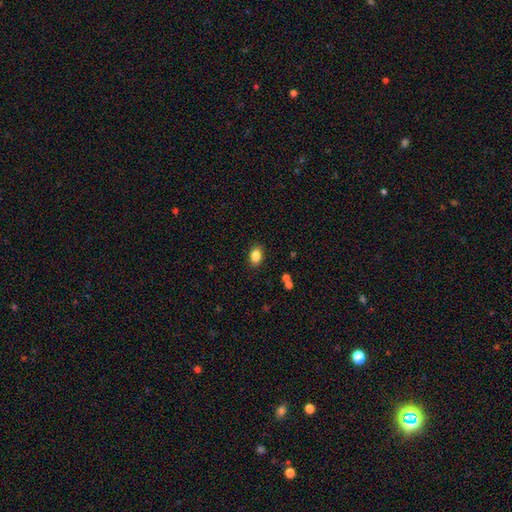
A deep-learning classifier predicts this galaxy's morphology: Smooth or featured: smooth — 85% (star or artifact — 9%)
How rounded: in between — 78% (round — 21%)
Merging: none — 88% (minor disturbance — 8%)